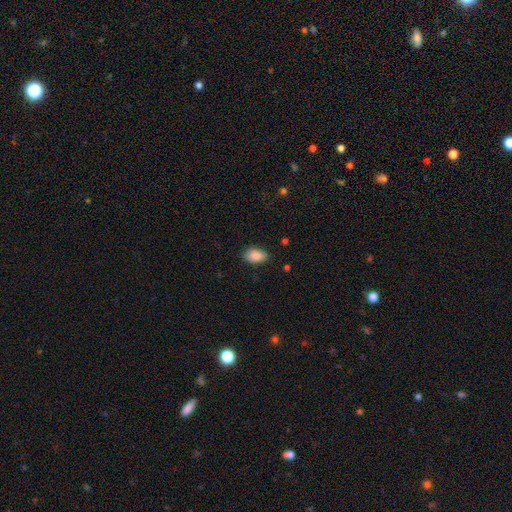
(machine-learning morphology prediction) A smooth galaxy with no disk features (89%) that is in between round and cigar-shaped (90%). Merging: none (82%).